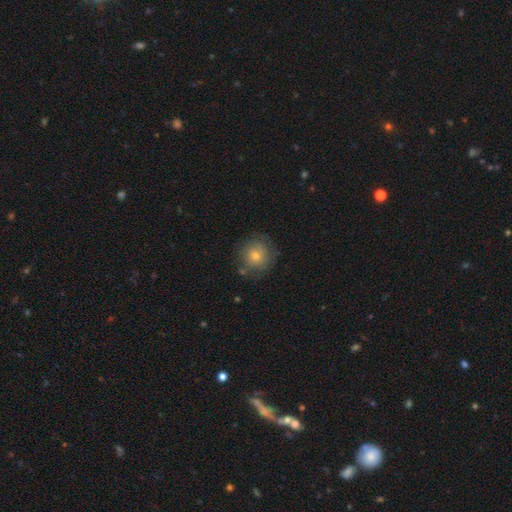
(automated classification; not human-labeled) Morphology: type=smooth (65%); roundness=round (91%); merging=none (77%).